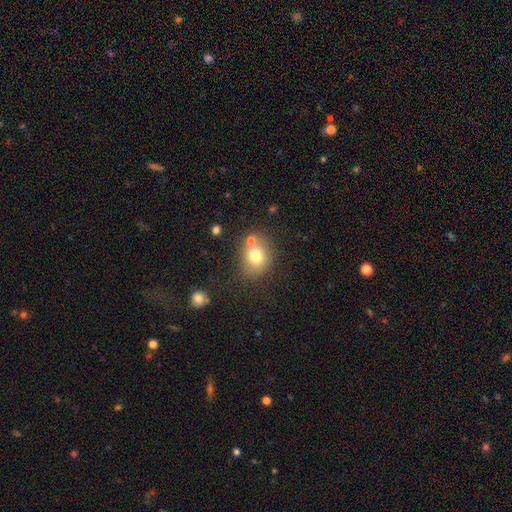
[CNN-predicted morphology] smooth_or_featured: smooth (p=0.74) [alt: featured or disk p=0.14]
how_rounded: round (p=0.64) [alt: in between p=0.35]
merging: none (p=0.65) [alt: merger p=0.17]